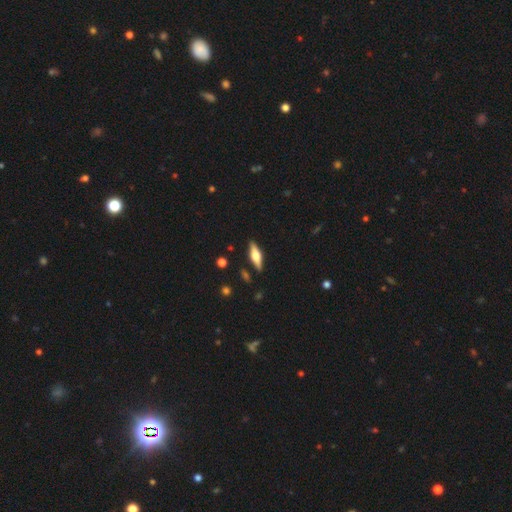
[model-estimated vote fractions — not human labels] featured or disk 54%, smooth 40%, star or artifact 6%. Down the decision tree: edge-on disk — yes (94%); edge-on bulge — rounded (88%); merging — none (88%).